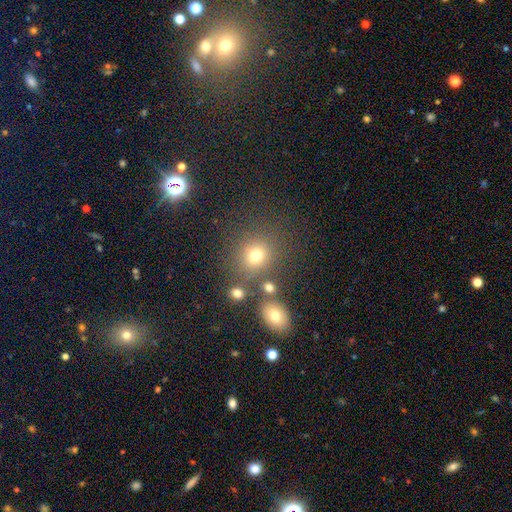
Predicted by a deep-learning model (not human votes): smooth-or-featured: smooth: 73% | star or artifact: 18% | featured or disk: 9%
  how-rounded: round: 78% | in between: 21% | cigar-shaped: 1%
  merging: none: 73% | minor disturbance: 11% | merger: 10% | major disturbance: 6%